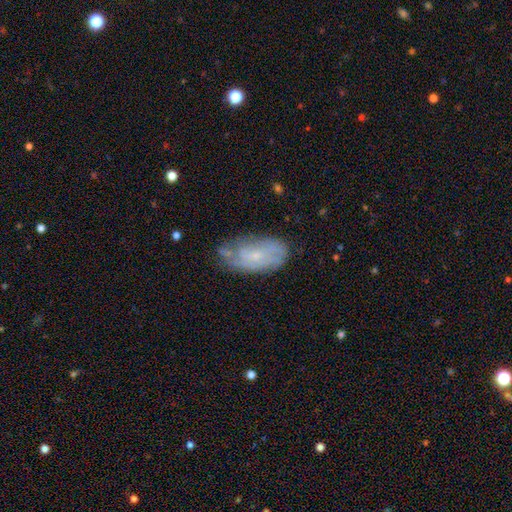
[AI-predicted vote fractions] This appears to be a featured or disk galaxy (55%) with no bar (73%), spiral arms (71%) and a small central bulge (74%). Merging: none (57%).